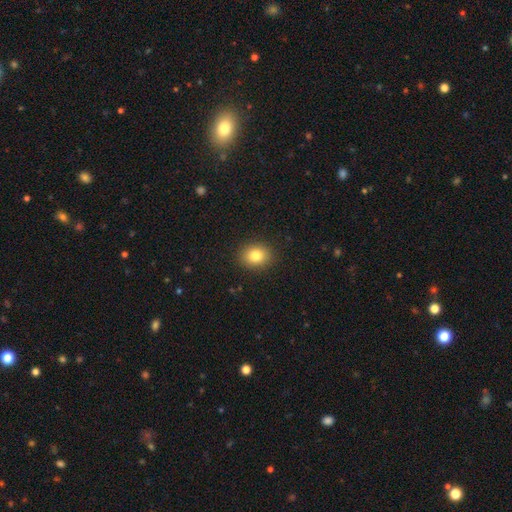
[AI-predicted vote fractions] Morphology: type=smooth (82%); roundness=round (57%); merging=none (90%).